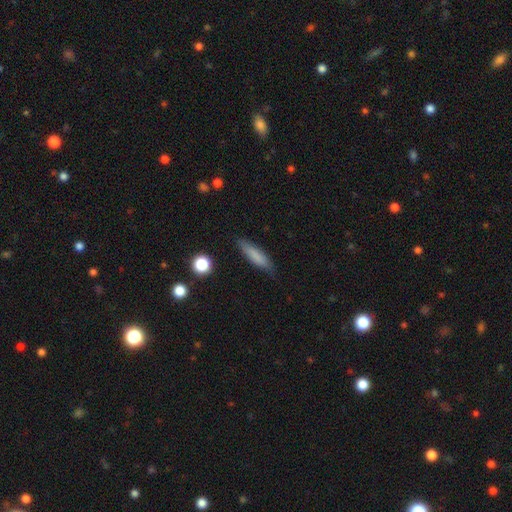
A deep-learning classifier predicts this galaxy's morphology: smooth 79%, featured or disk 13%, star or artifact 7%. Down the decision tree: how rounded — cigar-shaped (73%); merging — none (82%).